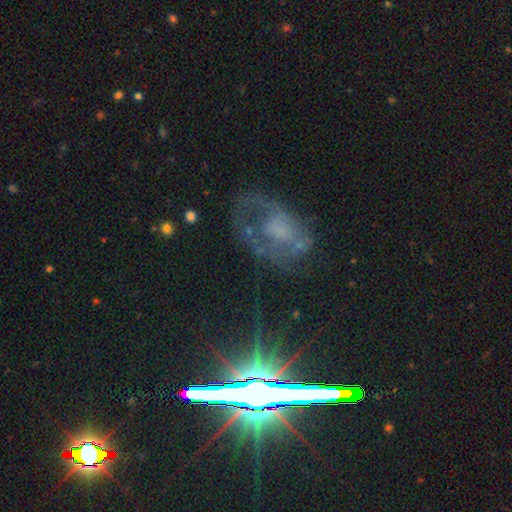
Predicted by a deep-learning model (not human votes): Smooth or featured? featured or disk (56%)
Edge-on disk? no (93%)
Bar? no (71%)
Spiral arms? yes (58%)
Bulge size? none (39%)
Merging? none (55%)